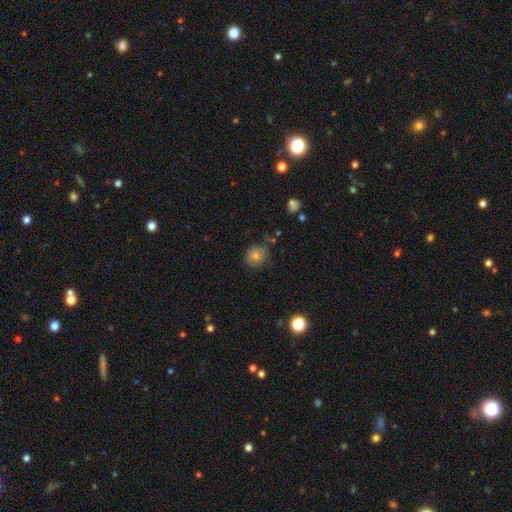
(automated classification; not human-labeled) Overall: smooth (66%). How rounded: round (79%). Merging: none (69%).